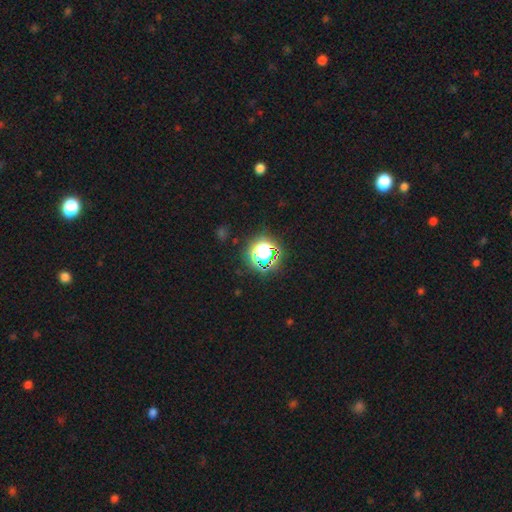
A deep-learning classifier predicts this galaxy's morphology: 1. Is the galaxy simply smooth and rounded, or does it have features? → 72% star or artifact, 20% smooth, 8% featured or disk.